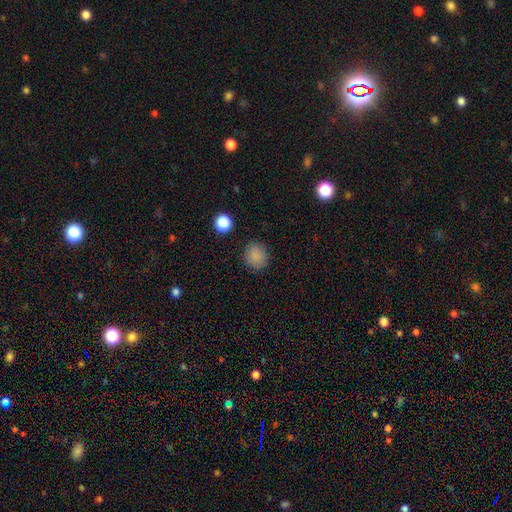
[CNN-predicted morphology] type=smooth (85%); roundness=round (83%); merging=none (87%).